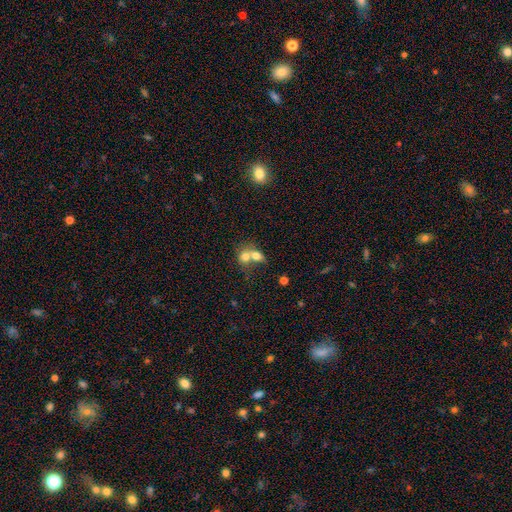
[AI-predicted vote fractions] smooth 71%, featured or disk 19%, star or artifact 10%. Down the decision tree: how rounded — round (51%); merging — merger (74%).